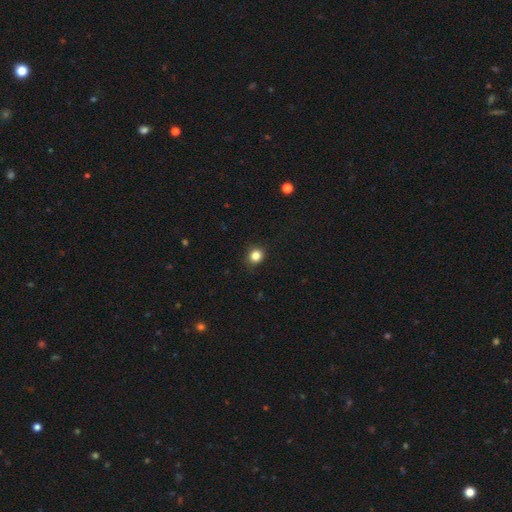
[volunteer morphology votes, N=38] smooth_or_featured: smooth (p=0.87) [alt: star or artifact p=0.08]
how_rounded: round (p=0.88) [alt: in between p=0.12]
merging: none (p=0.69) [alt: minor disturbance p=0.29]